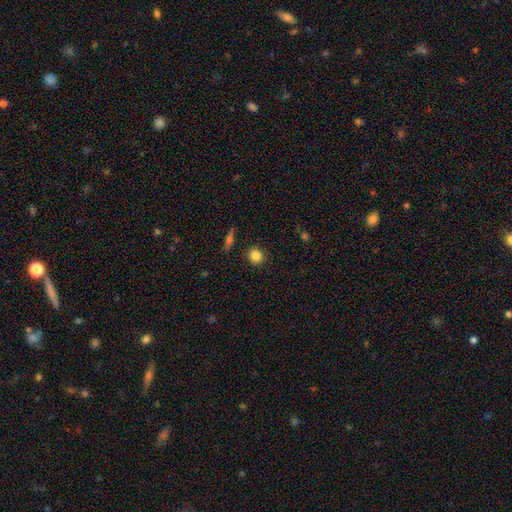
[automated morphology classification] Overall: smooth (84%). How rounded: round (87%). Merging: none (89%).